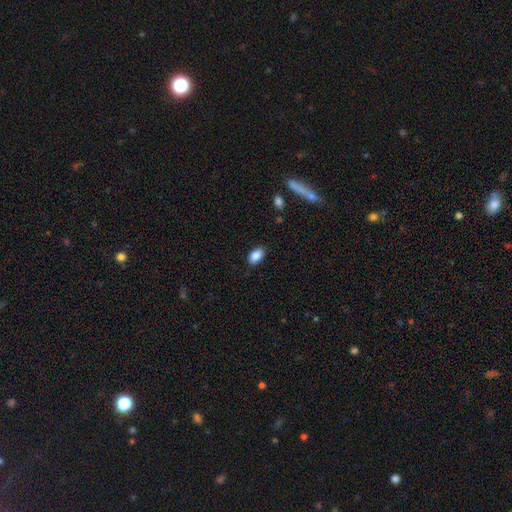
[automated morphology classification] type=smooth (87%); roundness=in between (90%); merging=none (86%).